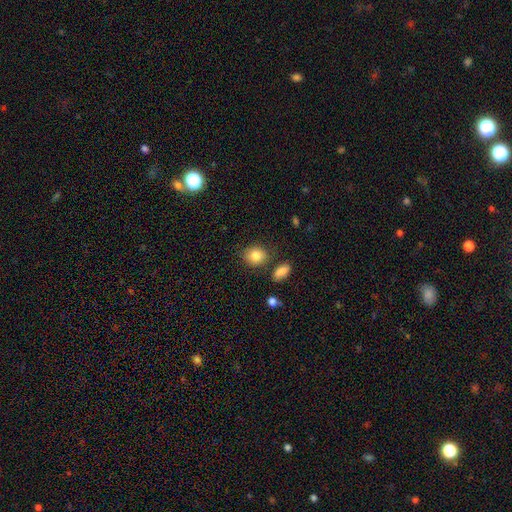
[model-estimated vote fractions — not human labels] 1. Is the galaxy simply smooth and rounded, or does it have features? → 84% smooth, 9% star or artifact, 7% featured or disk.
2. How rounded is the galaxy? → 64% round, 35% in between, 1% cigar-shaped.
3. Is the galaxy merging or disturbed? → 78% none, 12% minor disturbance, 6% merger, 3% major disturbance.